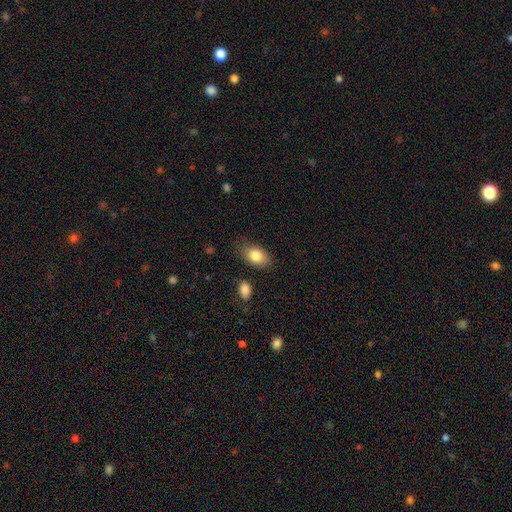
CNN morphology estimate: A smooth galaxy with no disk features (84%) that is in between round and cigar-shaped (87%).

Vote fractions:
- Smooth or featured? smooth: 84% / featured or disk: 9% / star or artifact: 7%
- How rounded? in between: 87% / round: 11% / cigar-shaped: 1%
- Merging? none: 77% / minor disturbance: 16% / major disturbance: 4% / merger: 3%